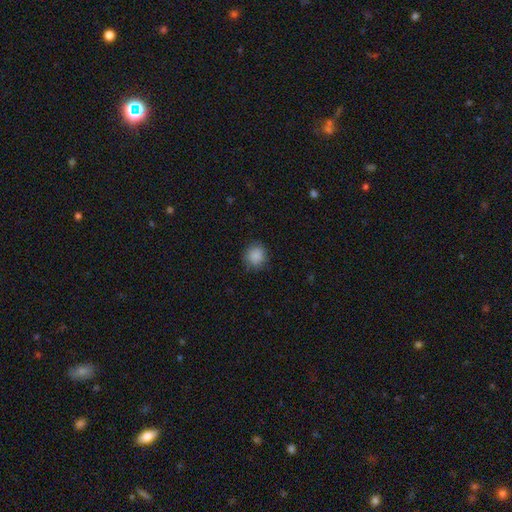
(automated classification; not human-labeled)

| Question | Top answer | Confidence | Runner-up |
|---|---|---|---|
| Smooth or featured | smooth | 86% | star or artifact (9%) |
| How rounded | round | 87% | in between (12%) |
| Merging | none | 84% | minor disturbance (12%) |